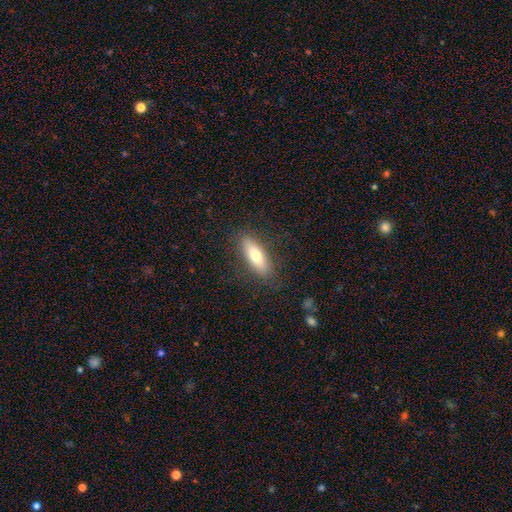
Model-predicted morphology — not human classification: Smooth or featured? smooth (69%)
How rounded? in between (58%)
Merging? none (85%)